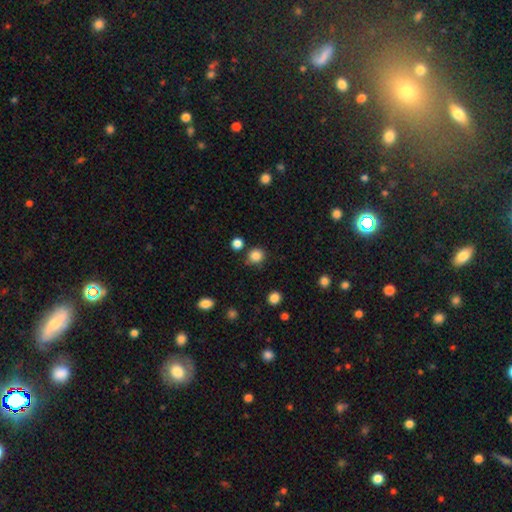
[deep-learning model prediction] Morphology: type=smooth (85%); roundness=round (89%); merging=none (82%).